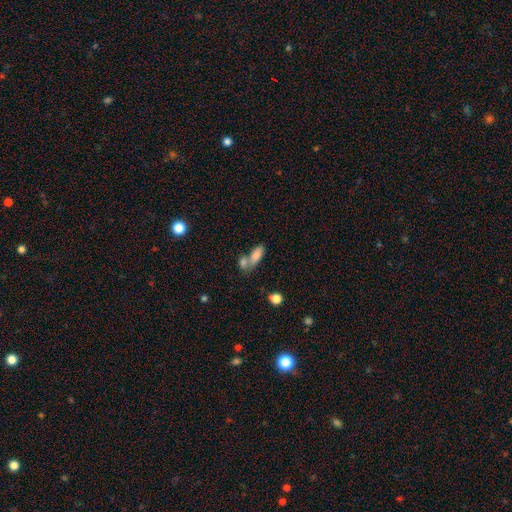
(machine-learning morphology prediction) smooth-or-featured: smooth: 81% | featured or disk: 11% | star or artifact: 9%
  how-rounded: in between: 79% | cigar-shaped: 17% | round: 4%
  merging: merger: 53% | none: 32% | minor disturbance: 10% | major disturbance: 5%